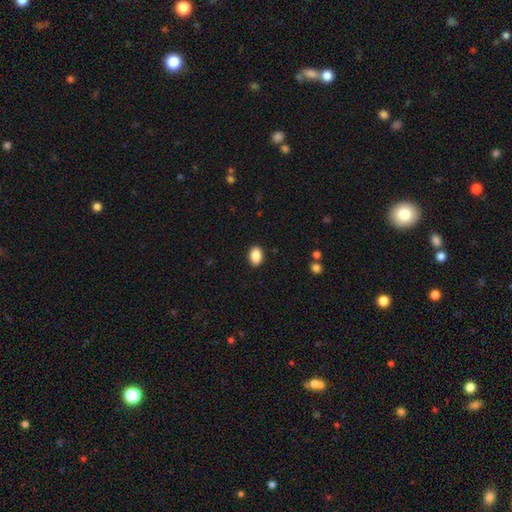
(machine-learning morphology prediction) smooth 89%, star or artifact 8%, featured or disk 4%. Down the decision tree: how rounded — in between (82%); merging — none (90%).